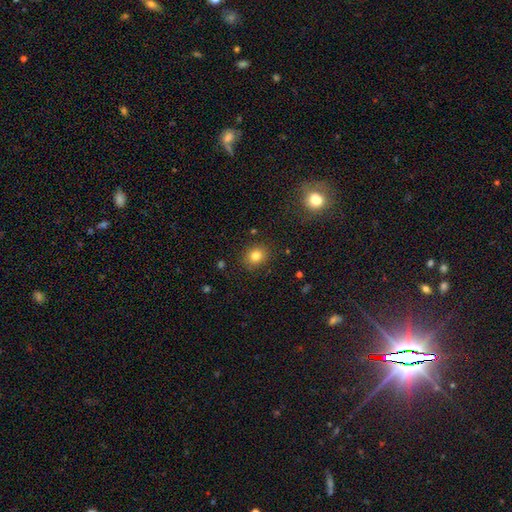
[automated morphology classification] smooth 80%, star or artifact 12%, featured or disk 8%. Down the decision tree: how rounded — round (69%); merging — none (87%).